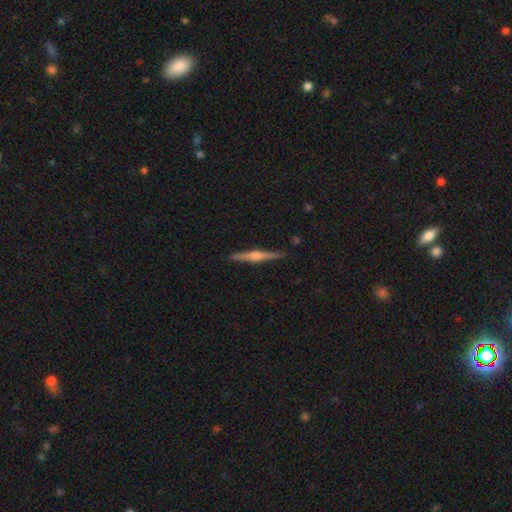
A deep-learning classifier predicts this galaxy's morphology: A featured or disk galaxy (78%) viewed edge-on (98%) with a rounded central bulge (86%). Merging: none (91%).